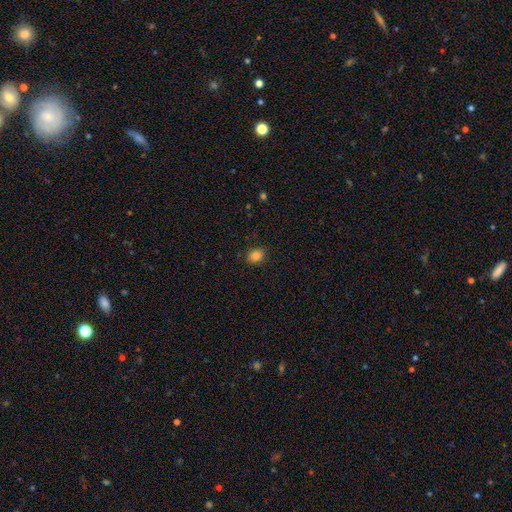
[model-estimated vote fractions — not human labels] The model was most divided on "how rounded": in between: 60%, round: 39%, cigar-shaped: 1%. More confident: smooth or featured — smooth (84%); merging — none (83%).